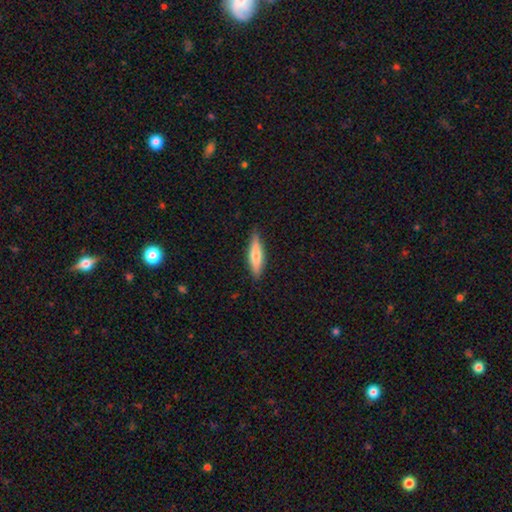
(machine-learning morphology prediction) smooth_or_featured: smooth (p=0.61) [alt: featured or disk p=0.33]
how_rounded: cigar-shaped (p=0.71) [alt: in between p=0.27]
merging: none (p=0.87) [alt: minor disturbance p=0.10]